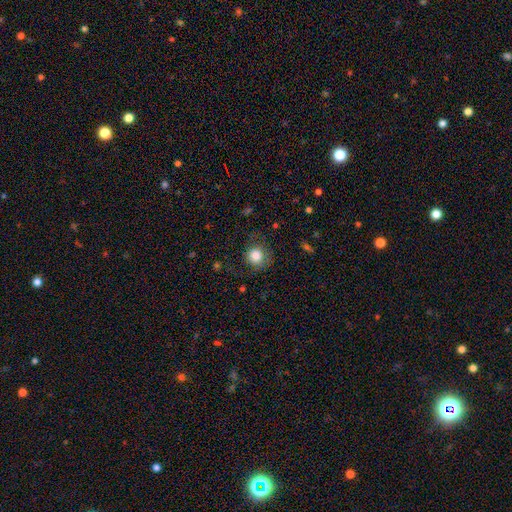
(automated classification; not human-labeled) Overall: smooth (84%). How rounded: round (91%). Merging: none (77%).